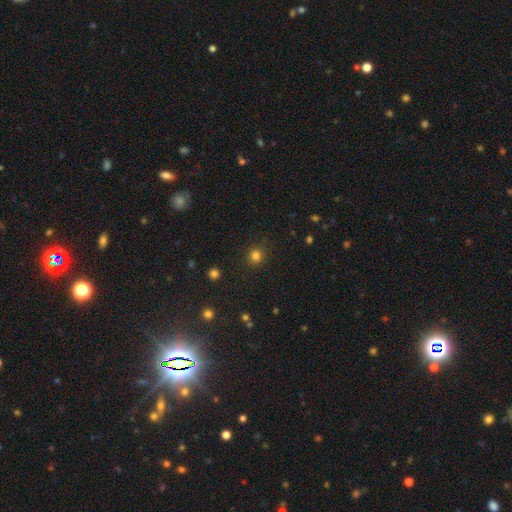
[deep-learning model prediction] Smooth or featured? Predicted: smooth (p=0.80). How rounded? Predicted: round (p=0.91). Merging? Predicted: none (p=0.90).